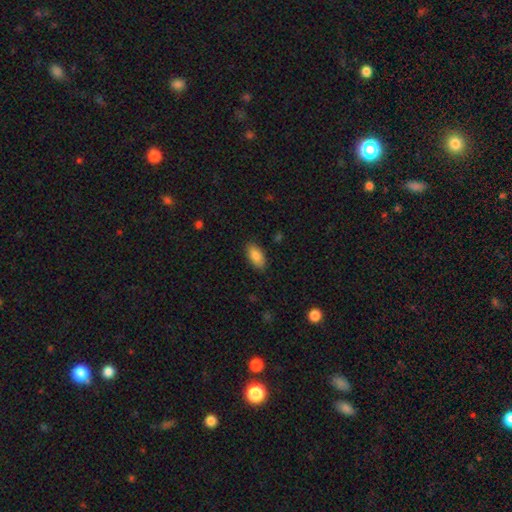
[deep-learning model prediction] smooth-or-featured: smooth: 86% | featured or disk: 8% | star or artifact: 7%
  how-rounded: in between: 92% | cigar-shaped: 5% | round: 3%
  merging: none: 87% | minor disturbance: 10% | major disturbance: 2% | merger: 1%